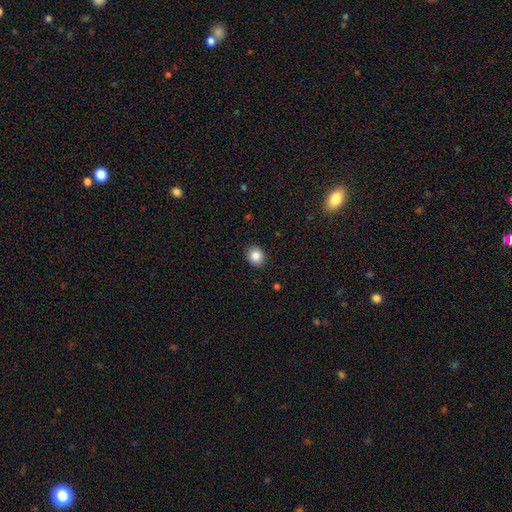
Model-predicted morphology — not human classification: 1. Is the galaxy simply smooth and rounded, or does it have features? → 86% smooth, 10% star or artifact, 5% featured or disk.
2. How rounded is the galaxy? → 73% round, 27% in between, 1% cigar-shaped.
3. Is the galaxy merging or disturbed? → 90% none, 7% minor disturbance, 2% major disturbance, 1% merger.